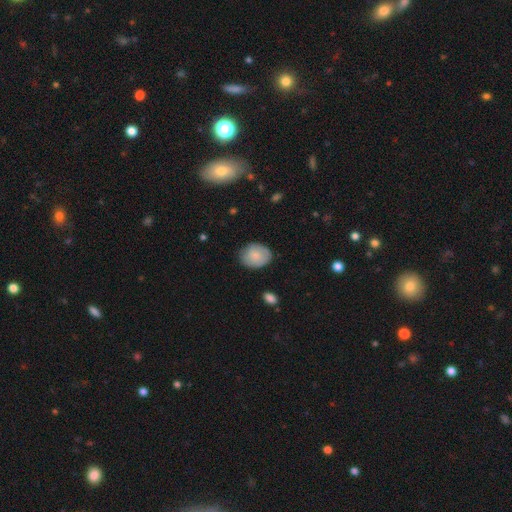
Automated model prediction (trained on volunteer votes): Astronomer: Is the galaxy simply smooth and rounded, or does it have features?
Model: smooth — 81%.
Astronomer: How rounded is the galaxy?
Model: in between — 55% (runner-up: round, 44%).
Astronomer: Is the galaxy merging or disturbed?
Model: none — 78%.